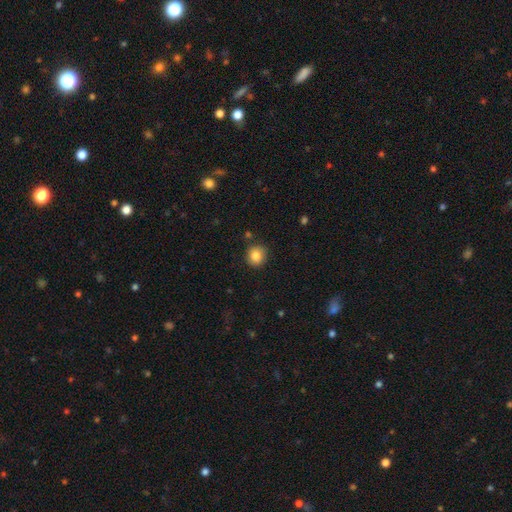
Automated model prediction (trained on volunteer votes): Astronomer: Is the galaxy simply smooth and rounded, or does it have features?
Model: smooth — 84%.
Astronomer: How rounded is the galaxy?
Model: round — 85%.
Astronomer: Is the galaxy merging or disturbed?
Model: none — 86%.